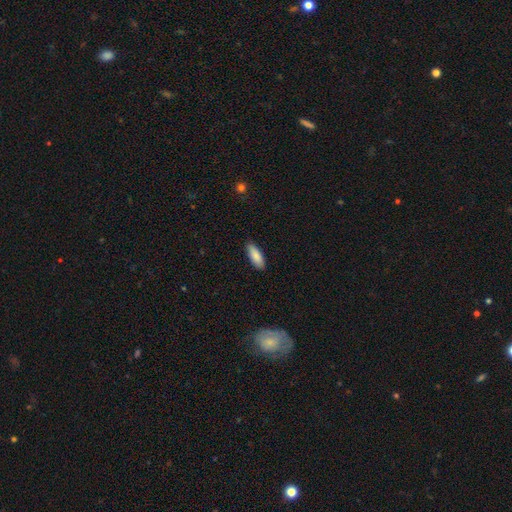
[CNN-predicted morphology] smooth-or-featured: smooth: 87% | featured or disk: 8% | star or artifact: 6%
  how-rounded: in between: 69% | cigar-shaped: 29% | round: 2%
  merging: none: 87% | minor disturbance: 10% | major disturbance: 2% | merger: 1%